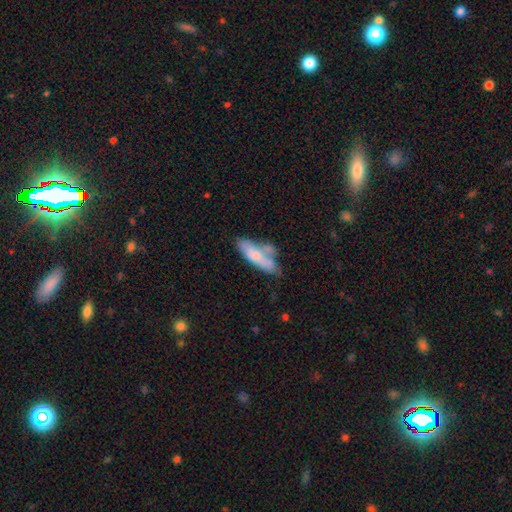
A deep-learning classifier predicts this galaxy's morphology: A smooth galaxy with no disk features (62%) that is in between round and cigar-shaped (57%).

Vote fractions:
- Smooth or featured? smooth: 62% / featured or disk: 31% / star or artifact: 6%
- How rounded? in between: 57% / cigar-shaped: 41% / round: 2%
- Merging? none: 36% / merger: 31% / minor disturbance: 23% / major disturbance: 10%